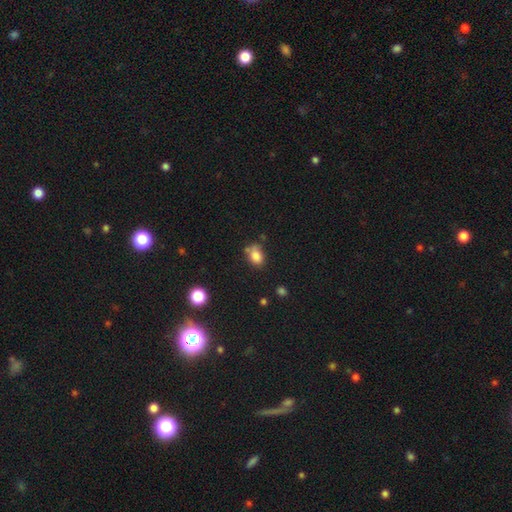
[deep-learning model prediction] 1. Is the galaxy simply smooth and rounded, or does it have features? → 82% smooth, 11% star or artifact, 8% featured or disk.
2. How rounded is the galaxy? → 74% in between, 25% round, 1% cigar-shaped.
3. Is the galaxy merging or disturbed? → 55% none, 26% minor disturbance, 12% merger, 7% major disturbance.